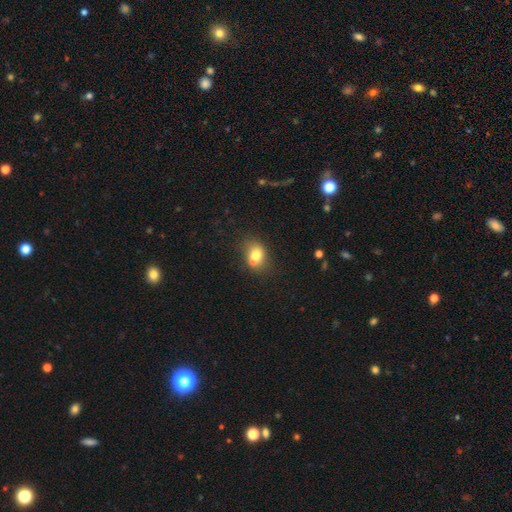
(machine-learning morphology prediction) The model was most divided on "how rounded": in between: 56%, round: 43%, cigar-shaped: 1%. Remaining: smooth or featured — smooth (72%); merging — none (47%).